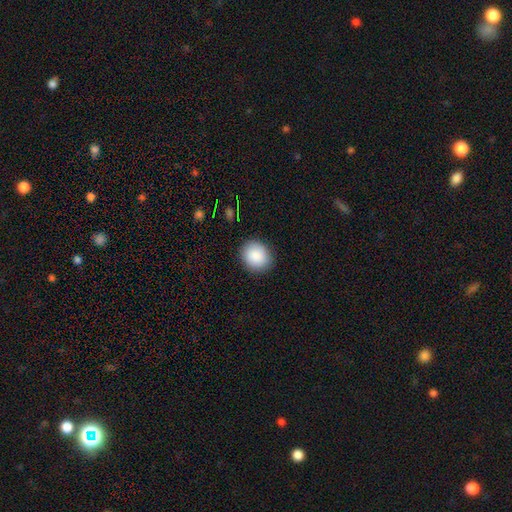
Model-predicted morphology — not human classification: Smooth or featured? smooth (88%)
How rounded? round (71%)
Merging? none (90%)